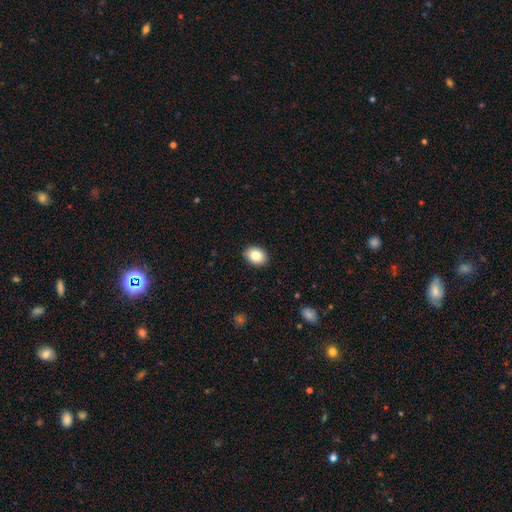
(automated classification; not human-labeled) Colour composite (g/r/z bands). It shows a smooth galaxy with no disk features (85%) that is in between round and cigar-shaped (66%). Merging: none (90%).